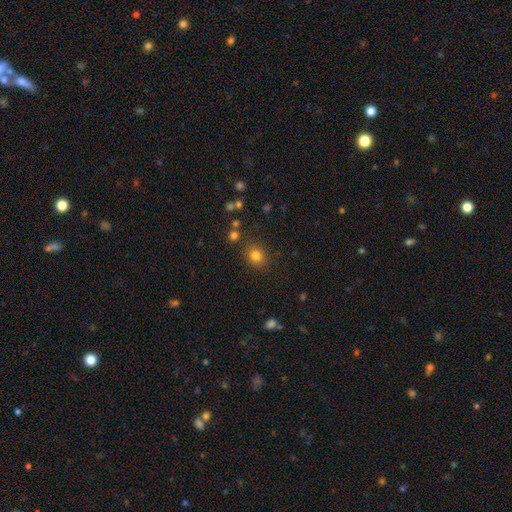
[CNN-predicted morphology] smooth_or_featured: smooth (p=0.79) [alt: star or artifact p=0.14]
how_rounded: round (p=0.74) [alt: in between p=0.25]
merging: none (p=0.84) [alt: minor disturbance p=0.09]